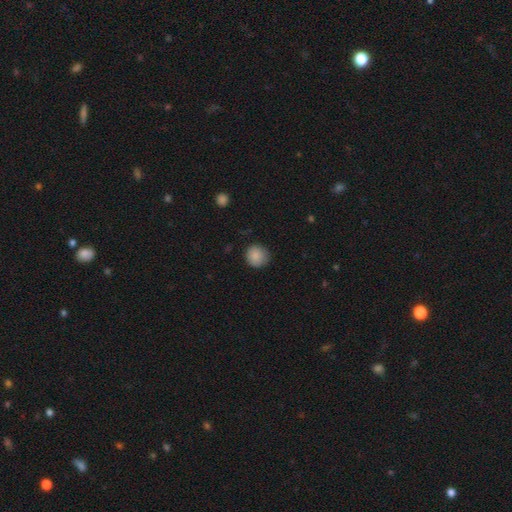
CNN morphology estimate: This appears to be a smooth galaxy with no disk features (88%) that is round (92%). Merging: none (86%).